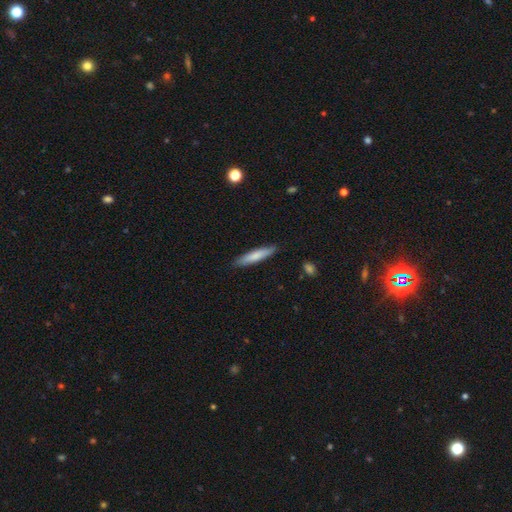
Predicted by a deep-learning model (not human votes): This appears to be a smooth galaxy with no disk features (76%) that is cigar-shaped (88%). Merging: none (87%).